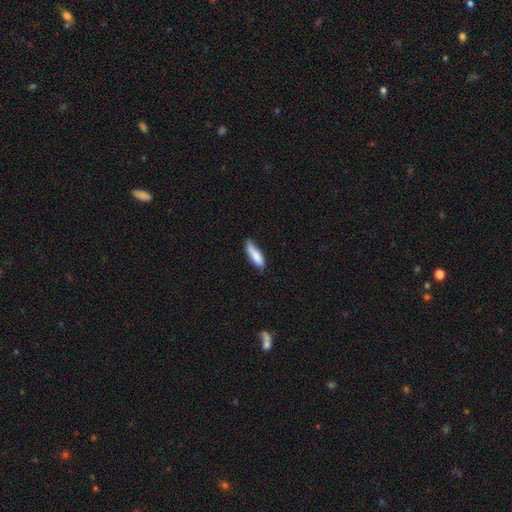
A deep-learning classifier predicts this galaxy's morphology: Overall: smooth (82%). How rounded: cigar-shaped (54%; in between 44%). Merging: none (58%; minor disturbance 33%).